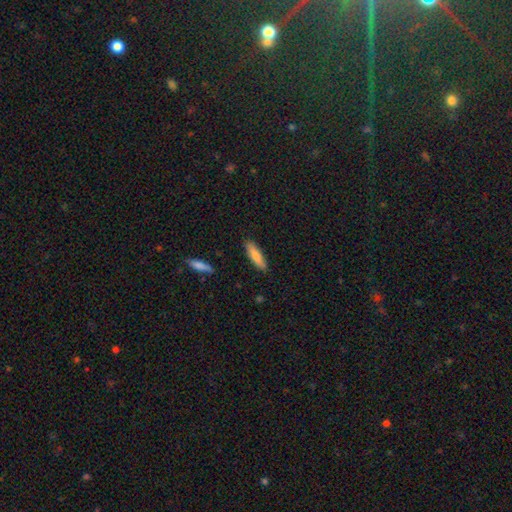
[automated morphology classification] smooth_or_featured: smooth (p=0.79) [alt: featured or disk p=0.15]
how_rounded: cigar-shaped (p=0.66) [alt: in between p=0.33]
merging: none (p=0.87) [alt: minor disturbance p=0.09]